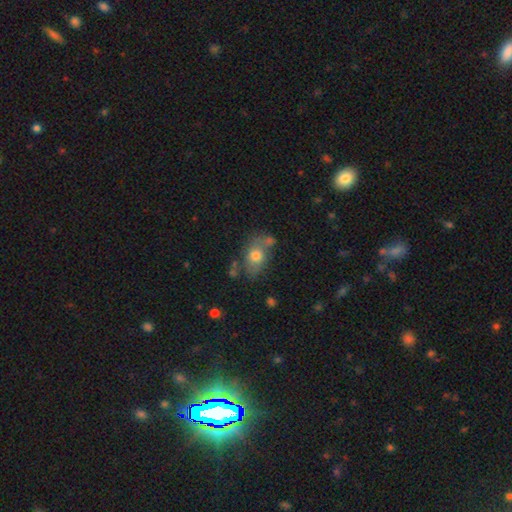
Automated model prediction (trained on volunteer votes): smooth 67%, featured or disk 23%, star or artifact 10%. Down the decision tree: how rounded — in between (71%); merging — none (56%).